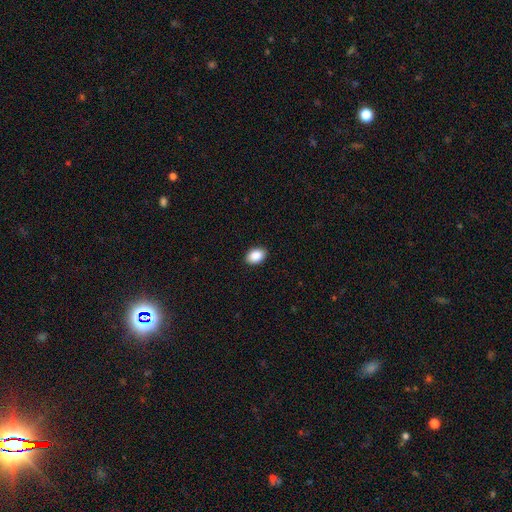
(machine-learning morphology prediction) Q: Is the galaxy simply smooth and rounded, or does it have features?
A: smooth — 89%.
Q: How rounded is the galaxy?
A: in between — 84%.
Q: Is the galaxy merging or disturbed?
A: none — 89%.